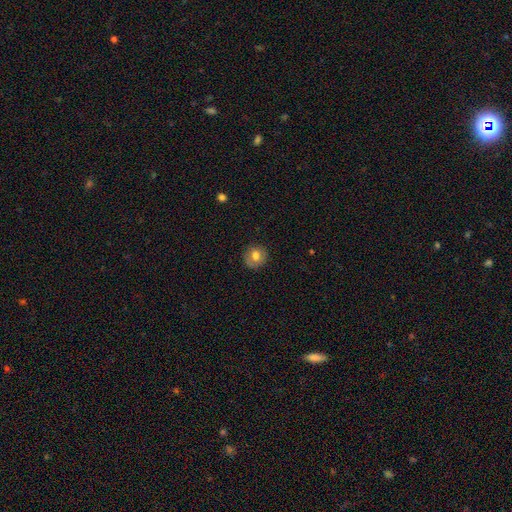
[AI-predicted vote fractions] A smooth galaxy with no disk features (72%) that is round (87%). Merging: none (84%).